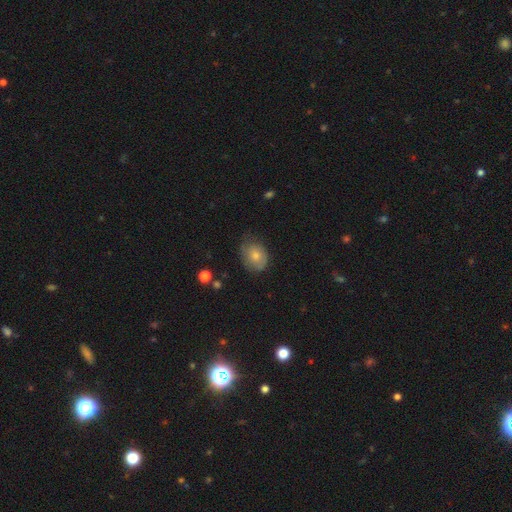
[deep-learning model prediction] Morphology: type=smooth (71%); roundness=in between (60%); merging=none (53%).